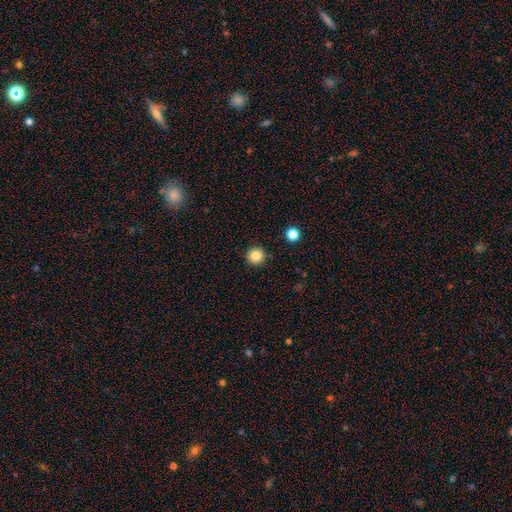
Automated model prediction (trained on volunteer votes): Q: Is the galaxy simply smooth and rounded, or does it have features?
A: smooth — 84%.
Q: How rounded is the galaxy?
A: round — 96%.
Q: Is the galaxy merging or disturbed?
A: none — 92%.